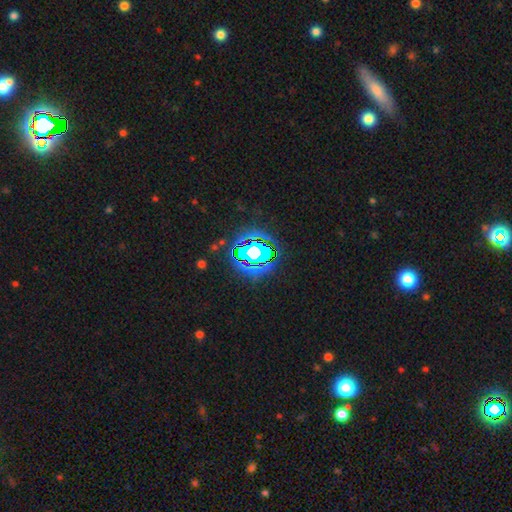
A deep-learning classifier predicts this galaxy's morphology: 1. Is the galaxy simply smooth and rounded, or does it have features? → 72% star or artifact, 14% smooth, 14% featured or disk.